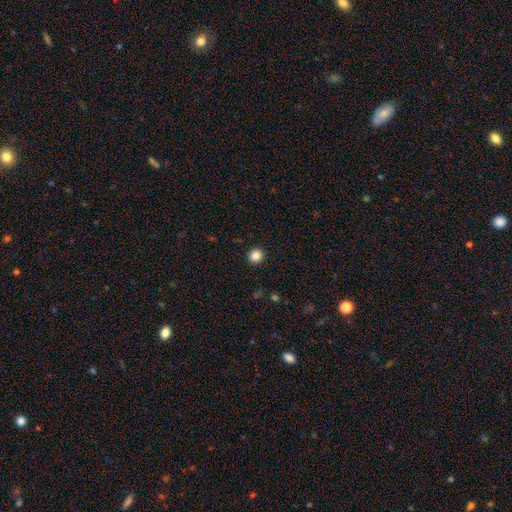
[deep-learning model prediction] The model was most divided on "smooth or featured": smooth: 85%, star or artifact: 11%, featured or disk: 4%. More confident: merging — none (93%); how rounded — round (90%).